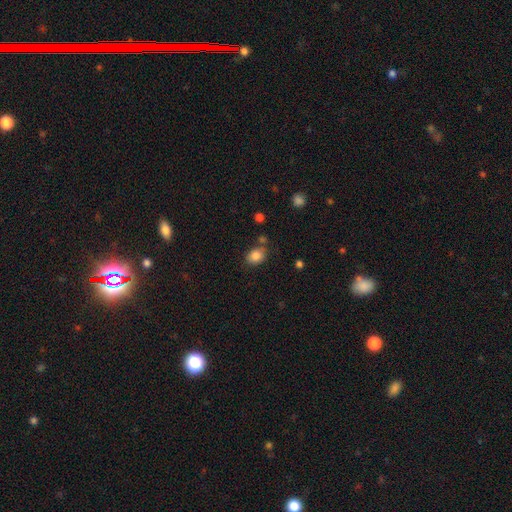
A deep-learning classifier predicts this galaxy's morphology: A smooth galaxy with no disk features (85%) that is in between round and cigar-shaped (60%).

Vote fractions:
- Smooth or featured? smooth: 85% / star or artifact: 10% / featured or disk: 6%
- How rounded? in between: 60% / round: 39% / cigar-shaped: 1%
- Merging? none: 71% / minor disturbance: 16% / merger: 9% / major disturbance: 4%